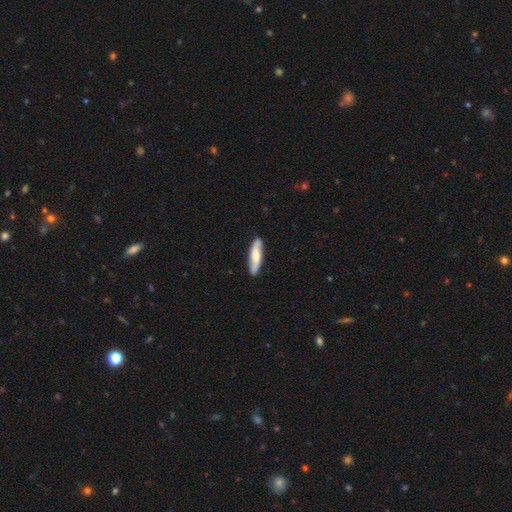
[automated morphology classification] smooth 53%, featured or disk 41%, star or artifact 5%. Down the decision tree: how rounded — cigar-shaped (72%); merging — none (87%).